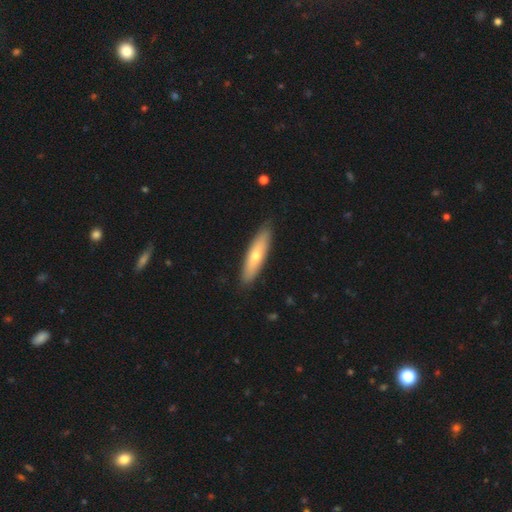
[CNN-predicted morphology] smooth_or_featured: smooth (p=0.61) [alt: featured or disk p=0.34]
how_rounded: cigar-shaped (p=0.69) [alt: in between p=0.29]
merging: none (p=0.87) [alt: minor disturbance p=0.10]